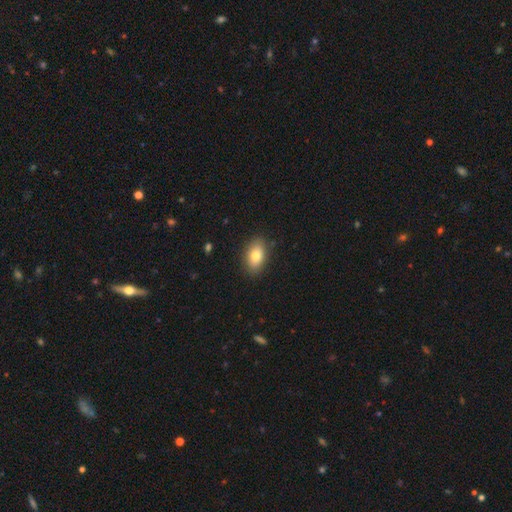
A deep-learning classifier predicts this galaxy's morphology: A smooth galaxy with no disk features (79%) that is in between round and cigar-shaped (86%). Merging: none (87%).